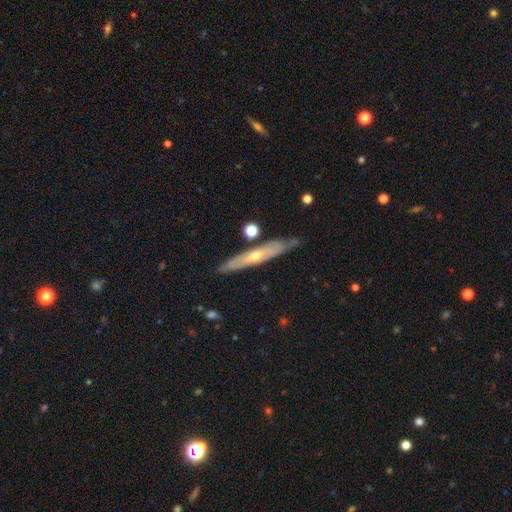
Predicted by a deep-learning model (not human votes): Smooth or featured? Predicted: featured or disk (p=0.67). Edge-on disk? Predicted: yes (p=0.78). Edge-on bulge? Predicted: rounded (p=0.72). Merging? Predicted: none (p=0.82).